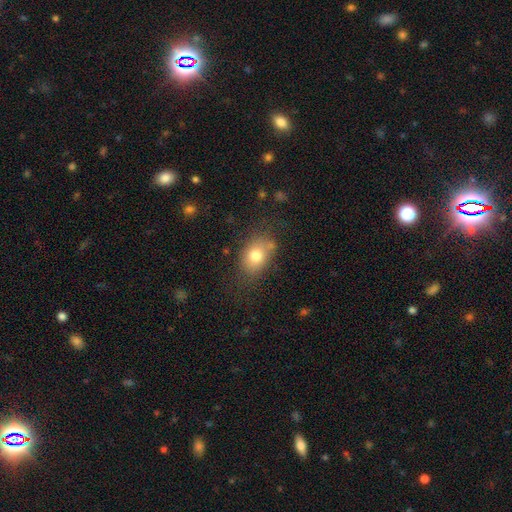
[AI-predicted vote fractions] smooth-or-featured: smooth: 77% | featured or disk: 13% | star or artifact: 10%
  how-rounded: in between: 71% | round: 27% | cigar-shaped: 1%
  merging: none: 67% | minor disturbance: 21% | major disturbance: 8% | merger: 4%